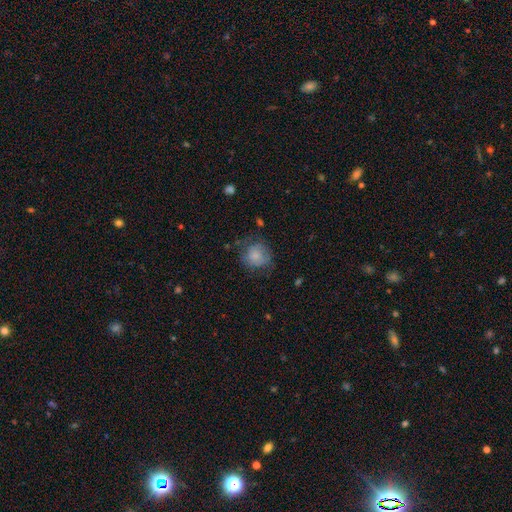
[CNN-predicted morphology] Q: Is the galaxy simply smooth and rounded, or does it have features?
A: smooth — 80%.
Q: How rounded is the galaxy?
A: round — 83%.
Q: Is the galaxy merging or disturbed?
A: none — 63%.